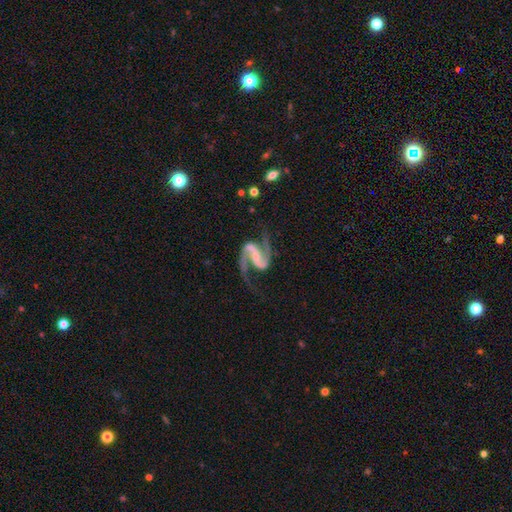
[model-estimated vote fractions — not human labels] A featured or disk galaxy (94%) with a strong bar (50%), 2 (94%) medium (53%) spiral arms (98%) and a small central bulge (56%). Merging: none (73%).